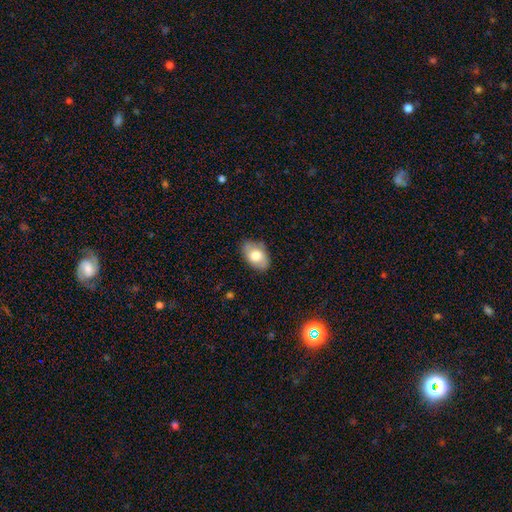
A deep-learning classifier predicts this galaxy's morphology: A smooth galaxy with no disk features (73%) that is in between round and cigar-shaped (90%).

Vote fractions:
- Smooth or featured? smooth: 73% / featured or disk: 20% / star or artifact: 7%
- How rounded? in between: 90% / round: 8% / cigar-shaped: 1%
- Merging? none: 80% / minor disturbance: 15% / major disturbance: 3% / merger: 1%